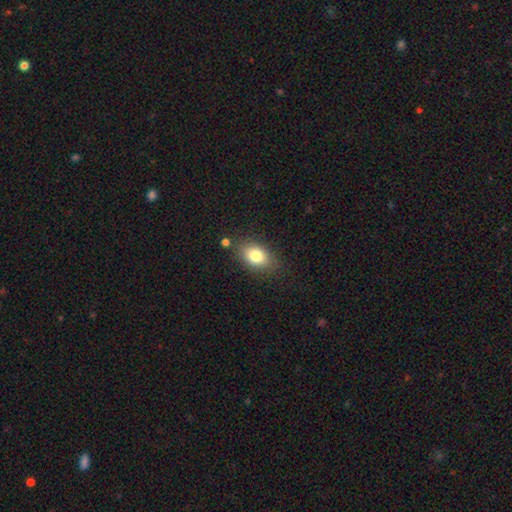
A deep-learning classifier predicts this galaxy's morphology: smooth-or-featured: smooth: 81% | featured or disk: 11% | star or artifact: 9%
  how-rounded: in between: 82% | round: 16% | cigar-shaped: 2%
  merging: none: 79% | minor disturbance: 13% | merger: 4% | major disturbance: 4%